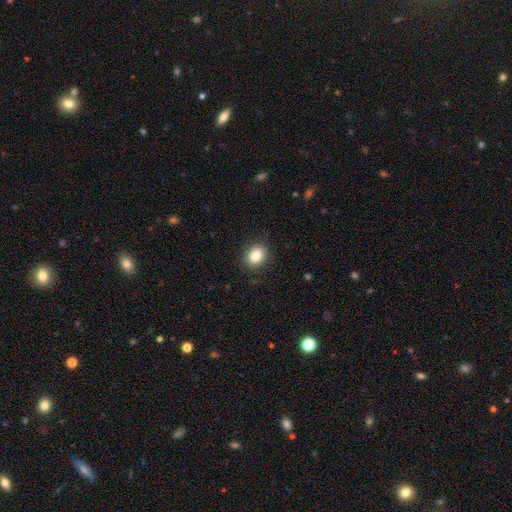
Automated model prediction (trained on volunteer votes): Smooth or featured? Predicted: smooth (p=0.85). How rounded? Predicted: in between (p=0.53). Merging? Predicted: none (p=0.88).